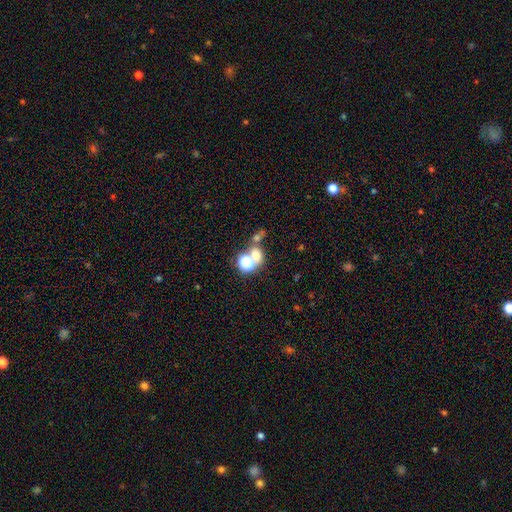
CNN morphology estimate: A smooth galaxy with no disk features (56%) that is round (59%). Merging: none (45%).